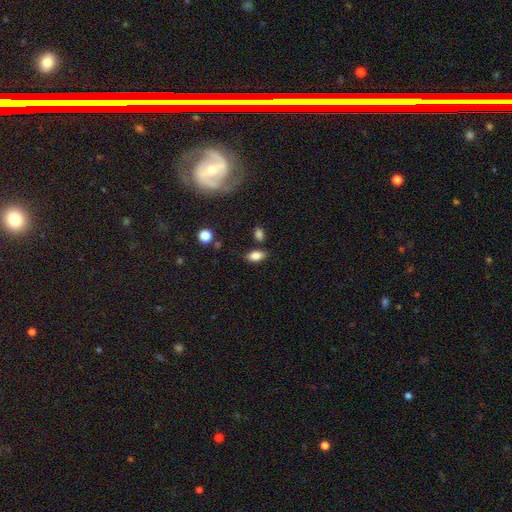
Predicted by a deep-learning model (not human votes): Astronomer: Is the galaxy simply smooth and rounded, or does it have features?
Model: smooth — 83%.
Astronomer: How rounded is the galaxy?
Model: in between — 89%.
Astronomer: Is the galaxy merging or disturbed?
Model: none — 76%.